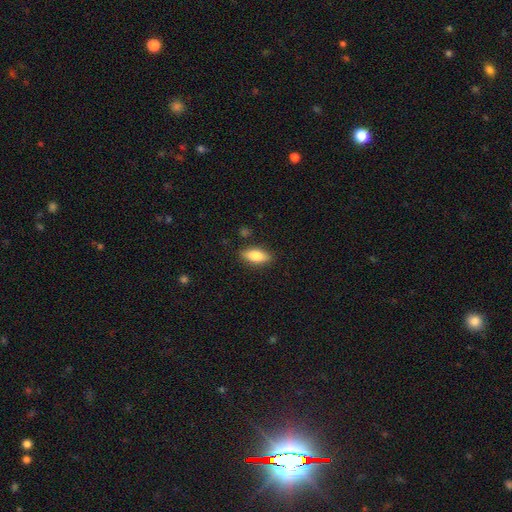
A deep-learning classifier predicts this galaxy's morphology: smooth_or_featured: smooth (p=0.78) [alt: featured or disk p=0.15]
how_rounded: in between (p=0.79) [alt: cigar-shaped p=0.18]
merging: none (p=0.85) [alt: minor disturbance p=0.11]